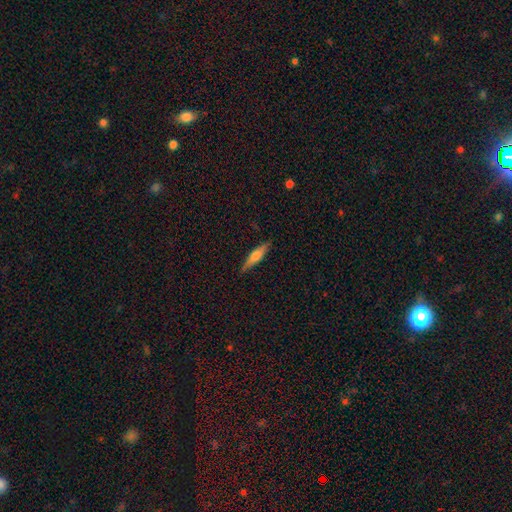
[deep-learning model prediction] smooth-or-featured: smooth: 52% | featured or disk: 42% | star or artifact: 6%
  how-rounded: cigar-shaped: 79% | in between: 19% | round: 2%
  merging: none: 87% | minor disturbance: 10% | major disturbance: 2% | merger: 1%